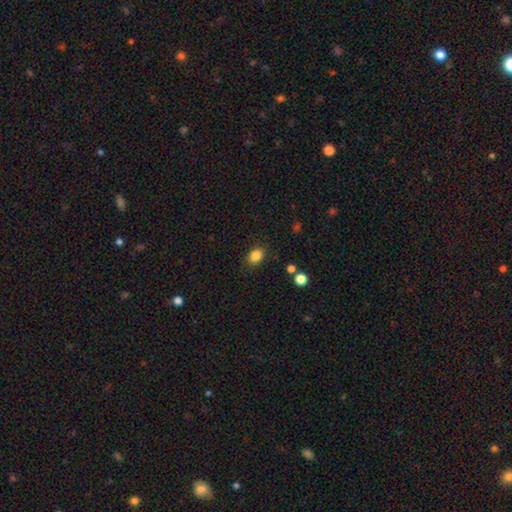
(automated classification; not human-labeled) Smooth or featured? smooth (86%)
How rounded? in between (74%)
Merging? none (84%)